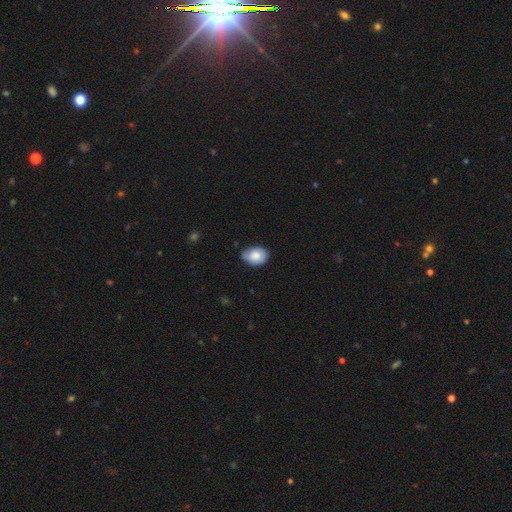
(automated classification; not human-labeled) Smooth or featured? smooth (82%)
How rounded? in between (75%)
Merging? none (65%)